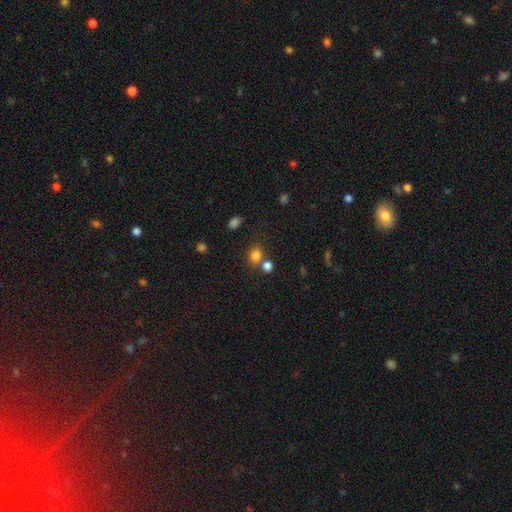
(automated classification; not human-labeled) The model was most divided on "how rounded": round: 63%, in between: 36%, cigar-shaped: 1%. More confident: smooth or featured — smooth (80%); merging — none (63%).